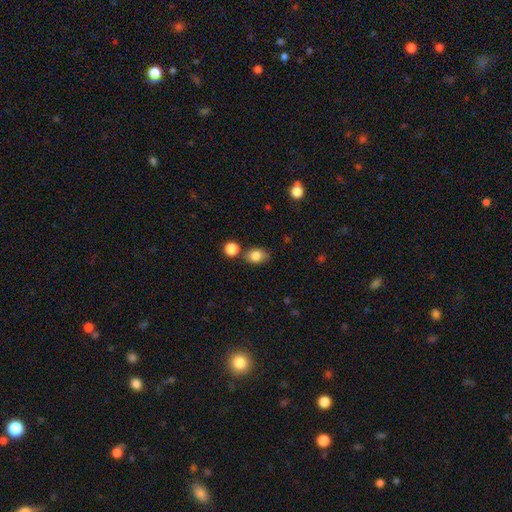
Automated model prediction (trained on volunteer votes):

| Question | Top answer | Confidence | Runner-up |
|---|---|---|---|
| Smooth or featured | smooth | 83% | star or artifact (9%) |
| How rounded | in between | 63% | round (35%) |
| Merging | none | 66% | minor disturbance (18%) |